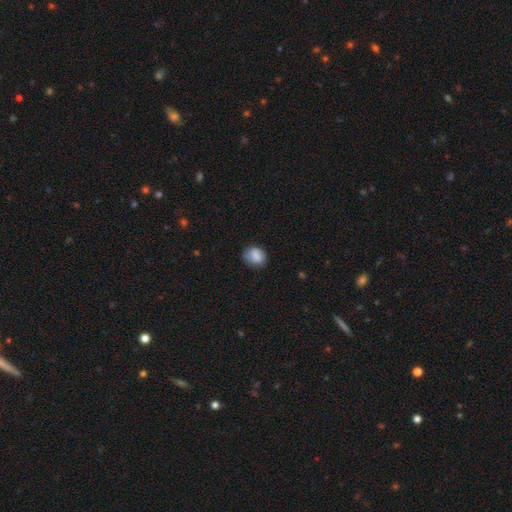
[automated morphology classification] Overall: smooth (83%). How rounded: round (51%; in between 47%). Merging: none (69%).